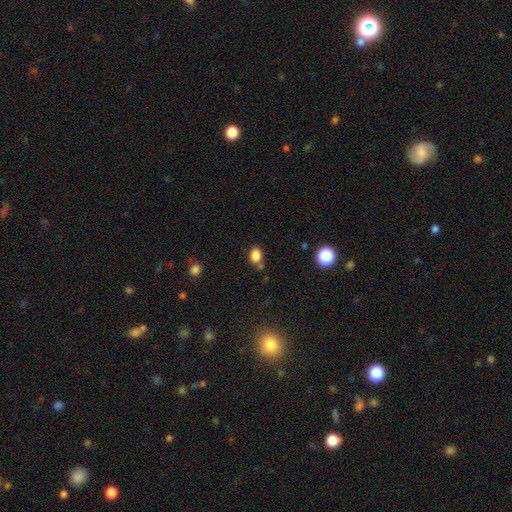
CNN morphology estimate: Smooth or featured? Predicted: smooth (p=0.83). How rounded? Predicted: in between (p=0.64). Merging? Predicted: none (p=0.66).